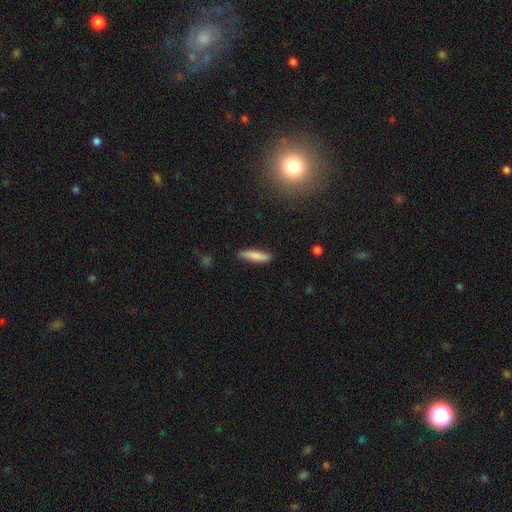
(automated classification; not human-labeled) Smooth or featured? Predicted: smooth (p=0.83). How rounded? Predicted: cigar-shaped (p=0.77). Merging? Predicted: none (p=0.87).